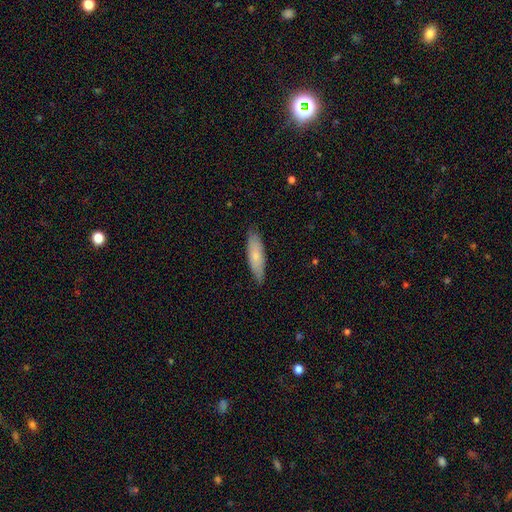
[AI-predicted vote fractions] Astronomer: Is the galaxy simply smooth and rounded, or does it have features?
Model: smooth — 70%.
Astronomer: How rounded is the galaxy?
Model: cigar-shaped — 60% (runner-up: in between, 39%).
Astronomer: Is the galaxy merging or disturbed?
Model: none — 82%.